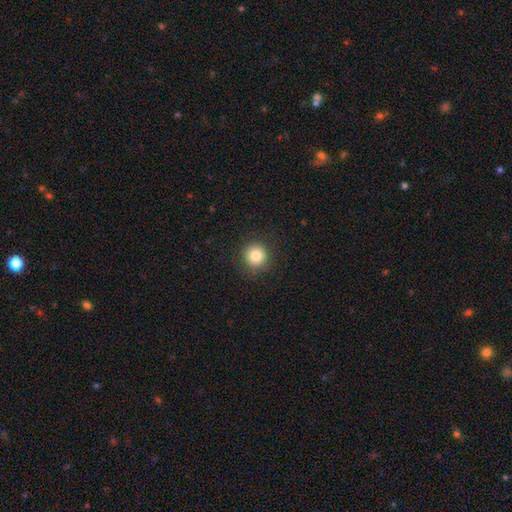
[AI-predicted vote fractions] smooth-or-featured: smooth: 83% | star or artifact: 11% | featured or disk: 6%
  how-rounded: round: 94% | in between: 5% | cigar-shaped: 1%
  merging: none: 90% | minor disturbance: 7% | major disturbance: 2% | merger: 1%